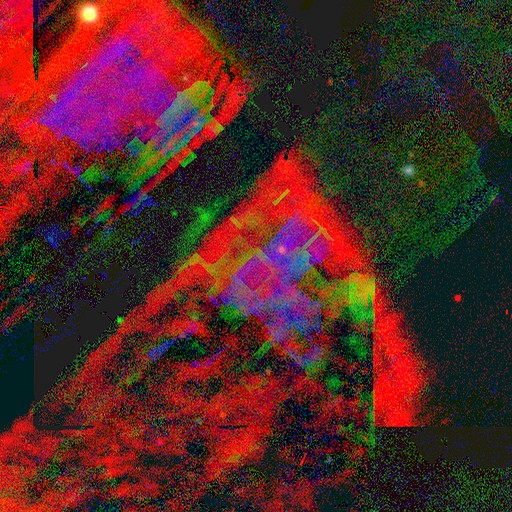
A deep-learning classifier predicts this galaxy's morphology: smooth-or-featured: star or artifact: 79% | featured or disk: 12% | smooth: 9%